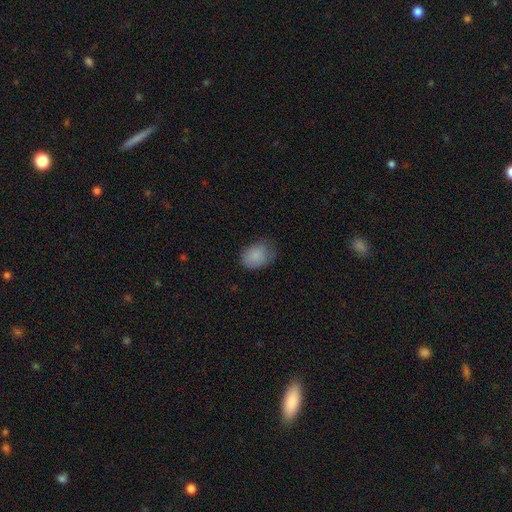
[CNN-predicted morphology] type=smooth (86%); roundness=in between (72%); merging=none (59%).